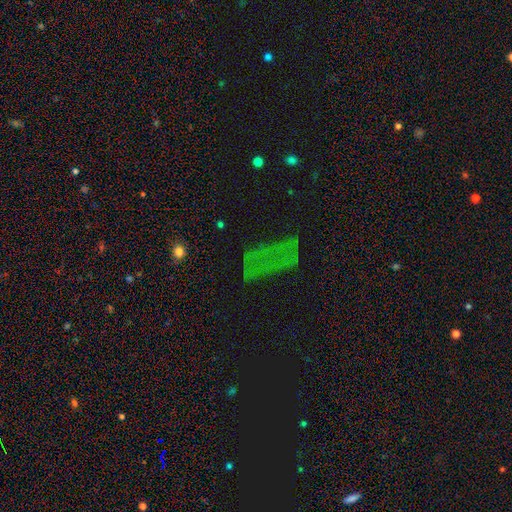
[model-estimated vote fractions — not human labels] Overall: star or artifact (43%; smooth 32%).